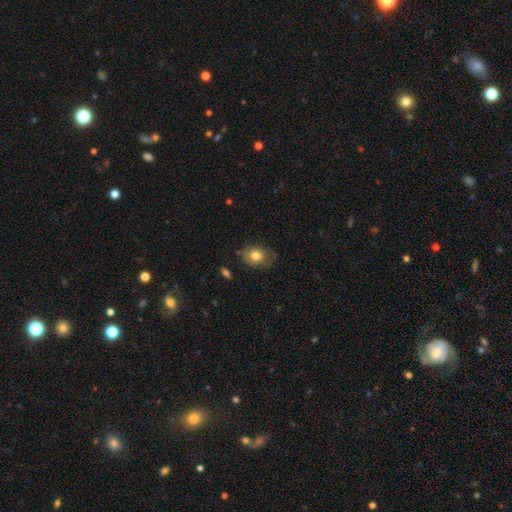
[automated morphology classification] Smooth or featured? smooth (77%)
How rounded? in between (61%)
Merging? none (65%)